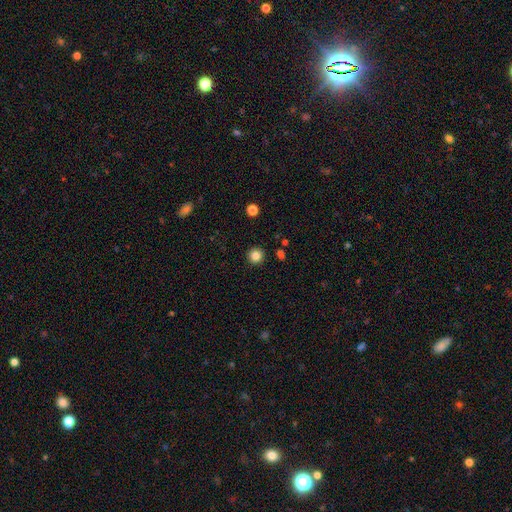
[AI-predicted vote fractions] Smooth or featured? smooth (84%)
How rounded? round (95%)
Merging? none (92%)